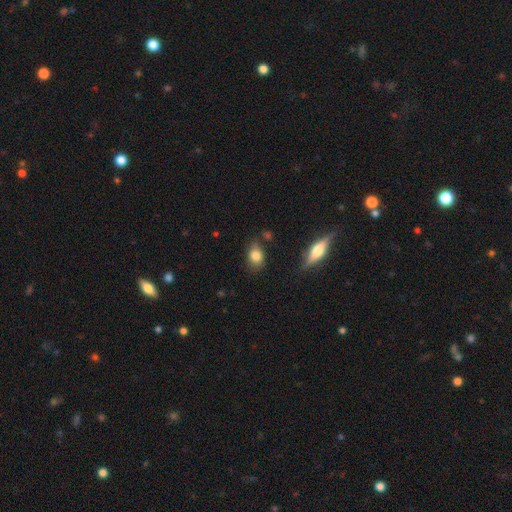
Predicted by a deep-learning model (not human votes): smooth_or_featured: smooth (p=0.80) [alt: featured or disk p=0.12]
how_rounded: in between (p=0.73) [alt: round p=0.24]
merging: none (p=0.71) [alt: minor disturbance p=0.21]